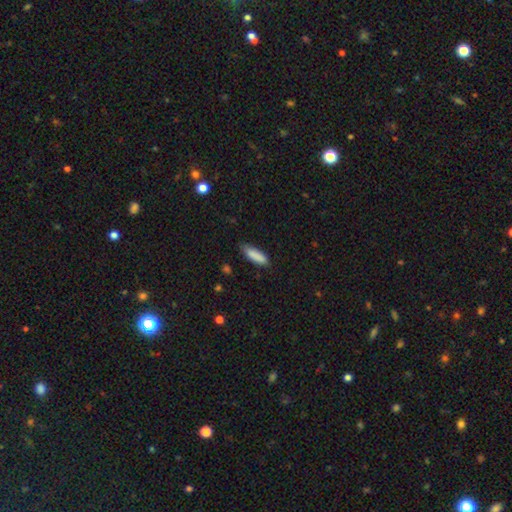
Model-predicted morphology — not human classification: This is clearly a smooth galaxy (88%). How rounded: possibly cigar-shaped (52%). Merging: likely none (77%).